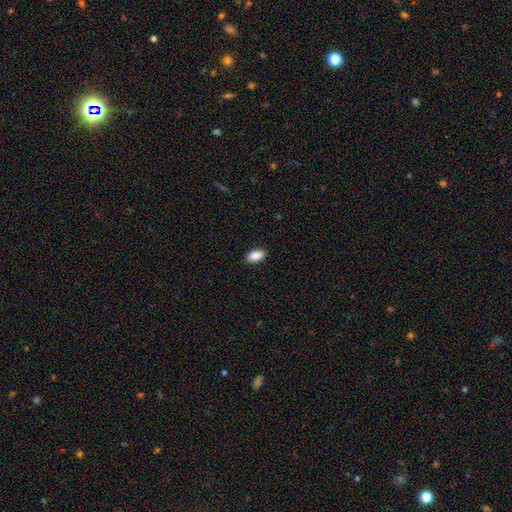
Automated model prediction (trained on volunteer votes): Smooth or featured? smooth (89%)
How rounded? in between (93%)
Merging? none (89%)